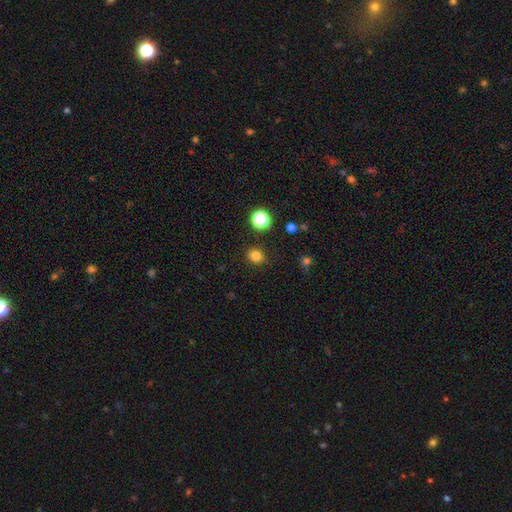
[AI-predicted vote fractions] Smooth or featured?
  - smooth: 82% *
  - star or artifact: 14%
  - featured or disk: 4%
How rounded?
  - round: 80% *
  - in between: 19%
  - cigar-shaped: 1%
Merging?
  - none: 89% *
  - minor disturbance: 7%
  - major disturbance: 2%
  - merger: 2%